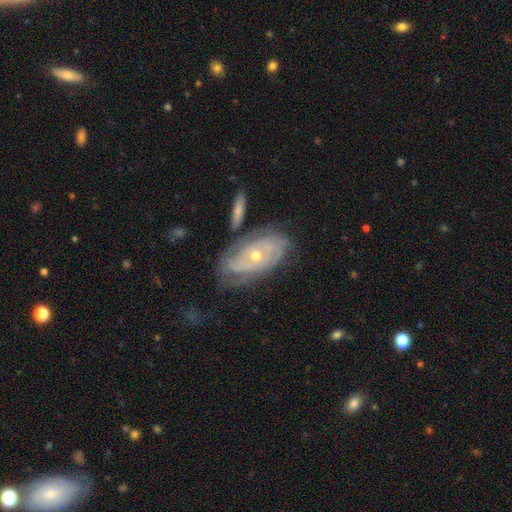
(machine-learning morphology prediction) smooth-or-featured: featured or disk: 82% | smooth: 12% | star or artifact: 6%
  disk-edge-on: no: 94% | yes: 6%
    bar: no: 79% | weak: 17% | strong: 4%
    has-spiral-arms: yes: 89% | no: 11%
      spiral-winding: tight: 74% | medium: 21% | loose: 6%
      spiral-arm-count: can't tell: 44% | 2: 24% | 3: 17% | 4: 7% | 1: 5% | more than 4: 4%
    bulge-size: small: 49% | moderate: 48% | large: 1% | none: 1% | dominant: 1%
  merging: none: 65% | minor disturbance: 20% | major disturbance: 9% | merger: 6%